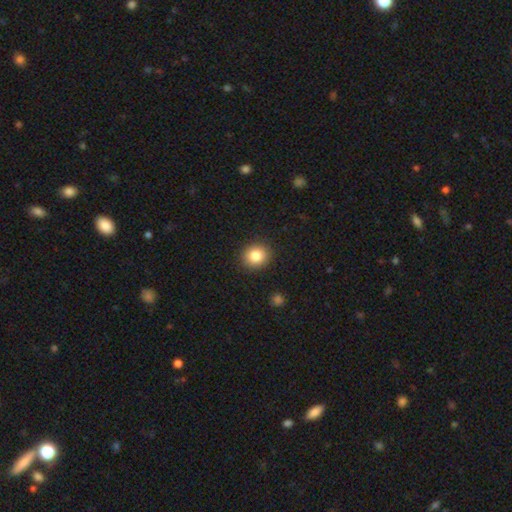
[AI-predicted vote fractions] This appears to be a smooth galaxy with no disk features (83%) that is round (78%). Merging: none (90%).